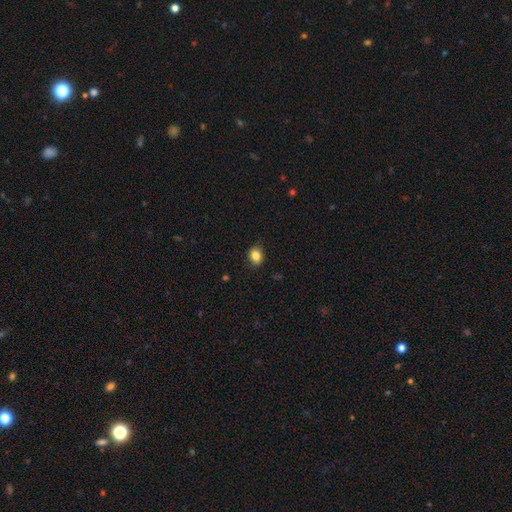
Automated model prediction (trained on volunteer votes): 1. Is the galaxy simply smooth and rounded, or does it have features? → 85% smooth, 10% star or artifact, 6% featured or disk.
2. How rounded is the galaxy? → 56% round, 43% in between, 1% cigar-shaped.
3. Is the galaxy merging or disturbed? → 87% none, 10% minor disturbance, 2% major disturbance, 1% merger.